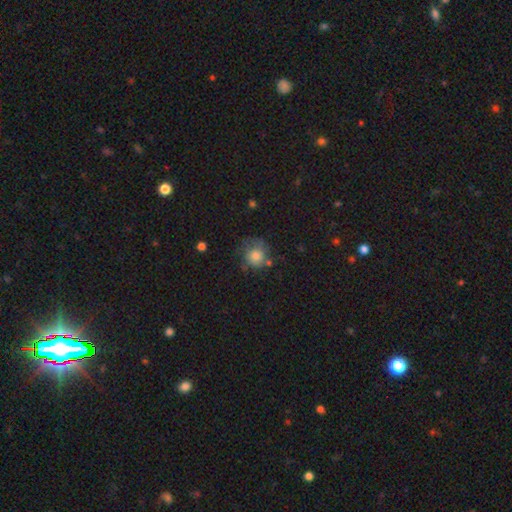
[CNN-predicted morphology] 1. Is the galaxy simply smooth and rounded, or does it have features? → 75% smooth, 15% featured or disk, 10% star or artifact.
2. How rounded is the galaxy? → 85% round, 14% in between, 1% cigar-shaped.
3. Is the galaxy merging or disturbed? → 55% none, 25% minor disturbance, 15% major disturbance, 6% merger.